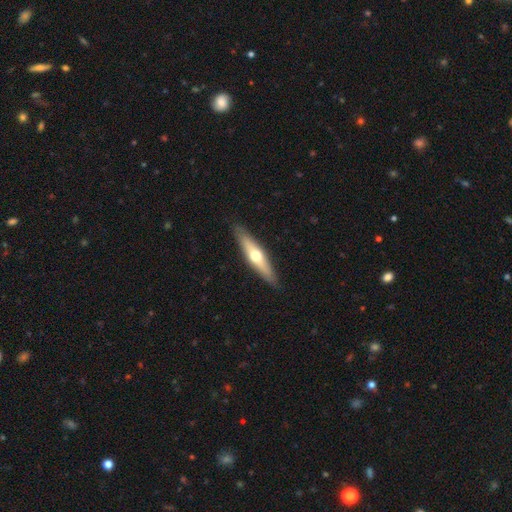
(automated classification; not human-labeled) Q: Smooth or featured?
A: featured or disk (51%); runner-up: smooth (44%)
Q: Edge-on disk?
A: yes (86%); runner-up: no (14%)
Q: Merging?
A: none (89%); runner-up: minor disturbance (8%)